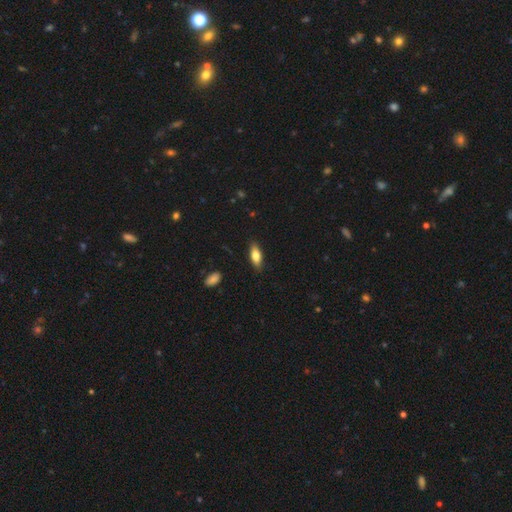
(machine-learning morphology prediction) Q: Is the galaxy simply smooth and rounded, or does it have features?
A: smooth — 74%.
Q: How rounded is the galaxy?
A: in between — 73%.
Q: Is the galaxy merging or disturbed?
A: none — 86%.